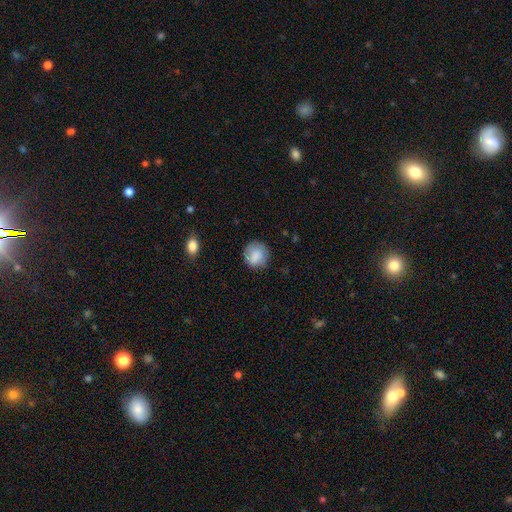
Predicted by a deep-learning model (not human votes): Smooth or featured? smooth (80%)
How rounded? round (89%)
Merging? none (77%)